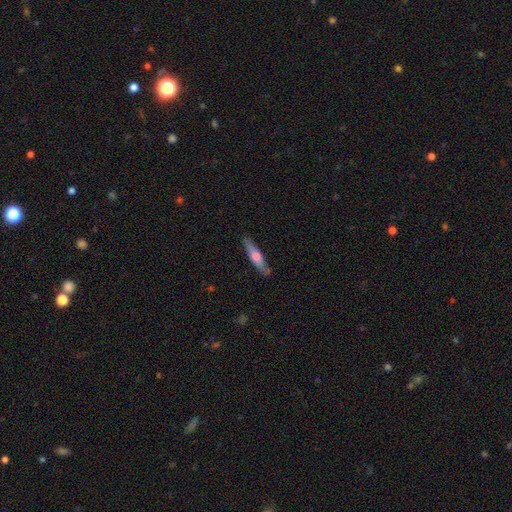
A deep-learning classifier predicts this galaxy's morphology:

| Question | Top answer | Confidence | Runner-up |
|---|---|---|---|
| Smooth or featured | featured or disk | 51% | smooth (44%) |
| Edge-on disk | yes | 89% | no (11%) |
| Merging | none | 84% | minor disturbance (12%) |